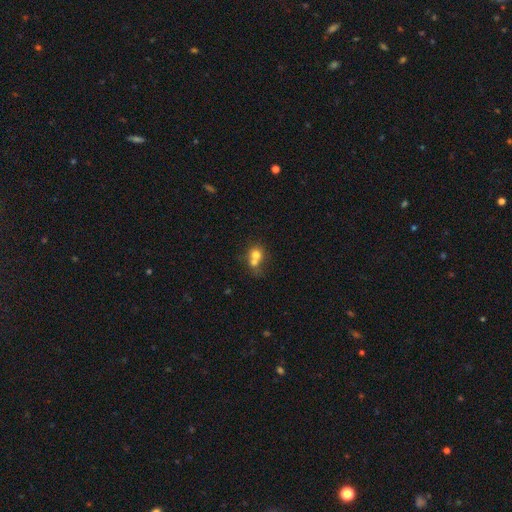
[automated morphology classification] Smooth or featured: smooth — 69% (featured or disk — 19%)
How rounded: round — 75% (in between — 24%)
Merging: merger — 63% (none — 26%)